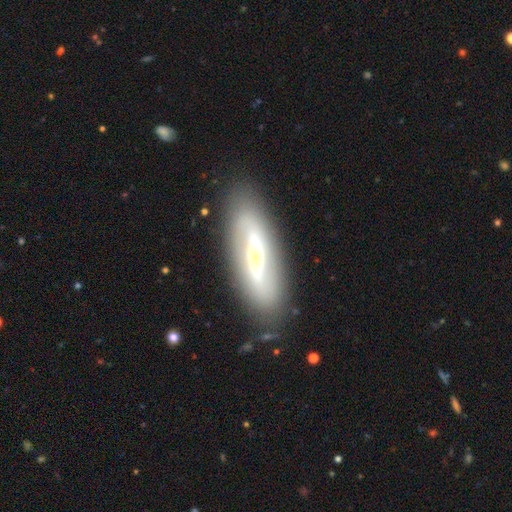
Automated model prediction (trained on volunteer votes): featured or disk 68%, smooth 25%, star or artifact 7%. Down the decision tree: edge-on disk — no (77%); bar — strong (38%); spiral arms — yes (72%); bulge size — small (66%); merging — none (84%).